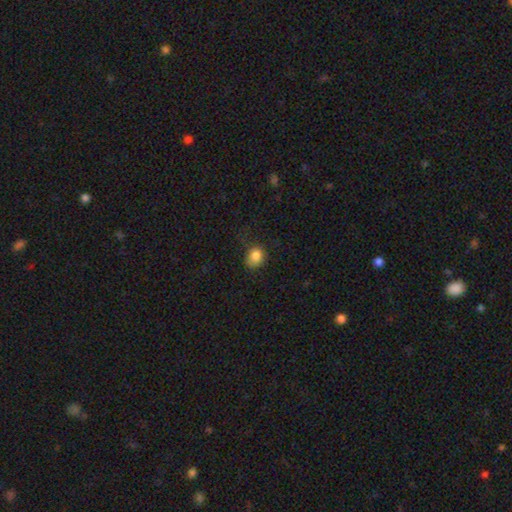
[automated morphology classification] A smooth galaxy with no disk features (85%) that is round (65%).

Vote fractions:
- Smooth or featured? smooth: 85% / star or artifact: 10% / featured or disk: 5%
- How rounded? round: 65% / in between: 34% / cigar-shaped: 1%
- Merging? none: 58% / minor disturbance: 29% / major disturbance: 11% / merger: 2%